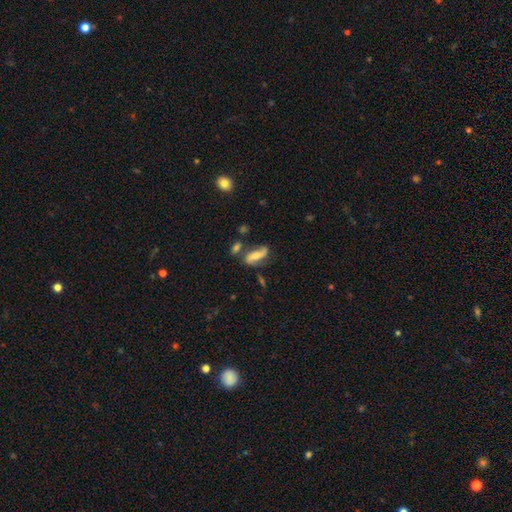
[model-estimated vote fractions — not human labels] Smooth or featured?
  - featured or disk: 68% *
  - smooth: 24%
  - star or artifact: 8%
Edge-on disk?
  - no: 91% *
  - yes: 9%
Bar?
  - no: 46% *
  - weak: 31%
  - strong: 23%
Spiral arms?
  - yes: 91% *
  - no: 9%
Spiral winding?
  - loose: 59% *
  - medium: 29%
  - tight: 12%
Spiral arm count?
  - 2: 88% *
  - 1: 5%
  - can't tell: 5%
  - 3: 1%
  - 4: 1%
  - more than 4: 1%
Bulge size?
  - moderate: 44% *
  - small: 37%
  - none: 9%
  - large: 7%
  - dominant: 2%
Merging?
  - none: 58% *
  - minor disturbance: 20%
  - merger: 12%
  - major disturbance: 10%